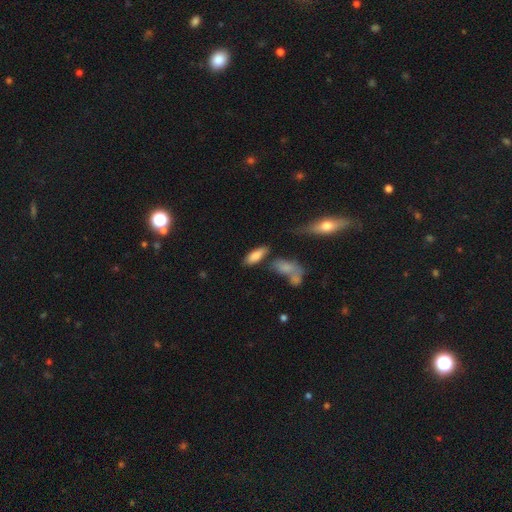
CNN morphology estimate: Smooth or featured: smooth — 80% (featured or disk — 13%)
How rounded: in between — 73% (cigar-shaped — 24%)
Merging: none — 67% (minor disturbance — 15%)